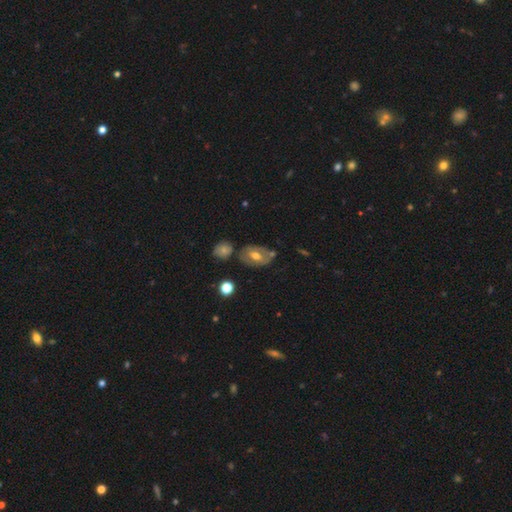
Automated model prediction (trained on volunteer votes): A featured or disk galaxy (49%). Merging: none (60%).